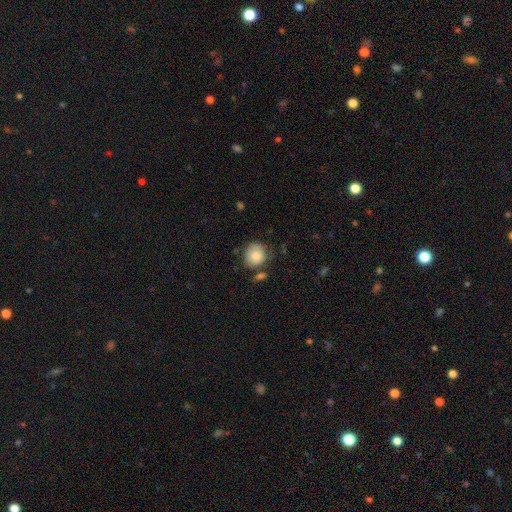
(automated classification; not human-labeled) Q: Smooth or featured?
A: smooth (84%); runner-up: featured or disk (9%)
Q: How rounded?
A: round (79%); runner-up: in between (20%)
Q: Merging?
A: none (63%); runner-up: minor disturbance (22%)